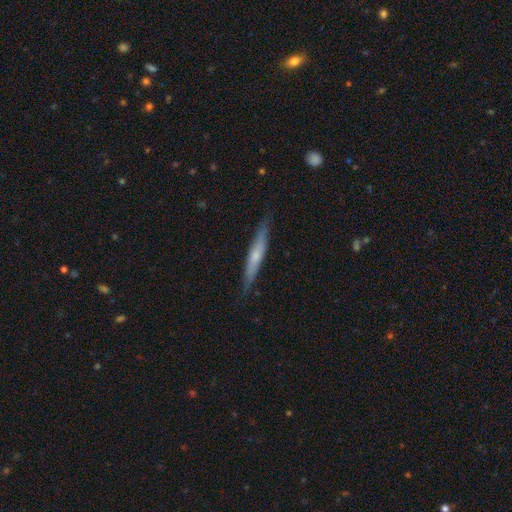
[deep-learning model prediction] A featured or disk galaxy (49%). Merging: none (85%).